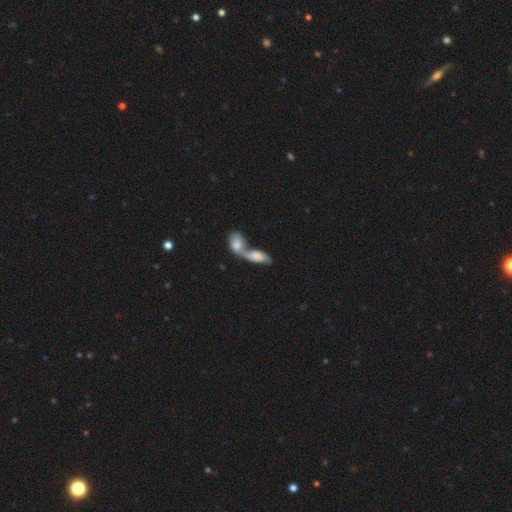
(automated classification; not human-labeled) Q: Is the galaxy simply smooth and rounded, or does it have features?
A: smooth — 58%.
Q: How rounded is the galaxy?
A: in between — 76%.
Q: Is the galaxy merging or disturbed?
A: merger — 76%.